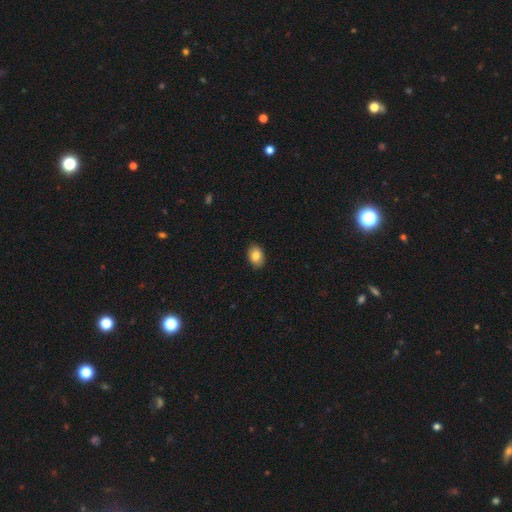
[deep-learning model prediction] smooth 83%, featured or disk 9%, star or artifact 8%. Down the decision tree: how rounded — in between (81%); merging — none (89%).